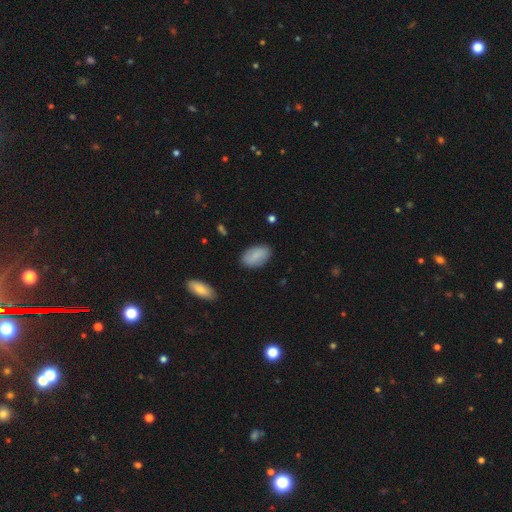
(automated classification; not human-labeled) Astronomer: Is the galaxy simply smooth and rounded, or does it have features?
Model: smooth — 80%.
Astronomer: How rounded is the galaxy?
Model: in between — 93%.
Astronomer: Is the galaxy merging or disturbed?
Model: none — 84%.